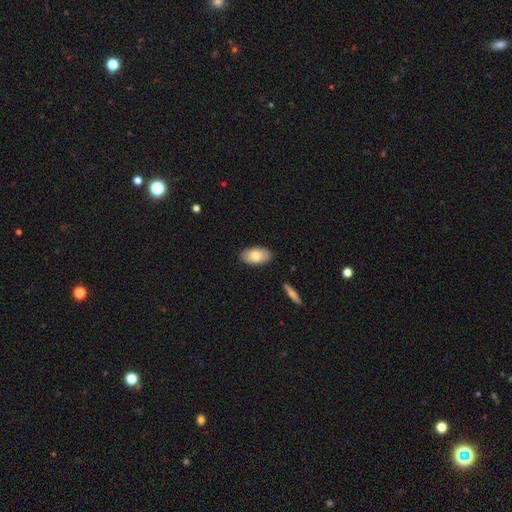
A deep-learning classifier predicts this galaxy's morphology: Smooth or featured? smooth (74%)
How rounded? in between (94%)
Merging? none (87%)